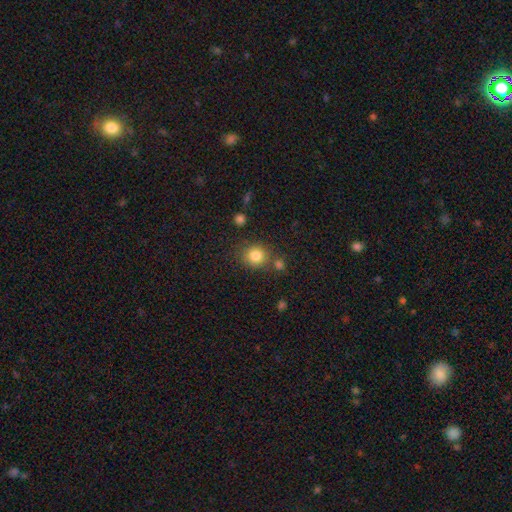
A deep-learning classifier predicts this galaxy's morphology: Smooth or featured? smooth (83%)
How rounded? round (84%)
Merging? none (74%)